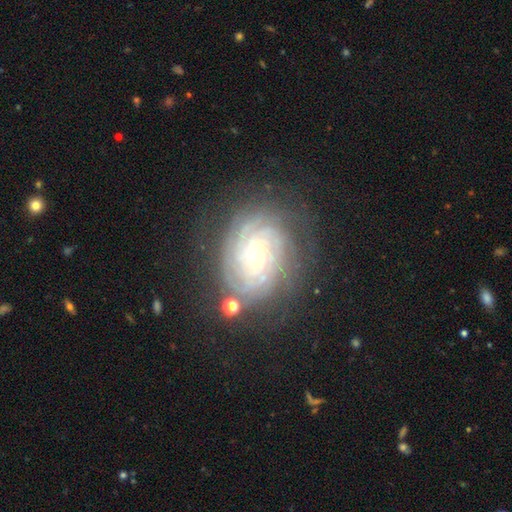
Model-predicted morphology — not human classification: Smooth or featured: featured or disk — 85% (smooth — 8%)
Edge-on disk: no — 97% (yes — 3%)
Bar: no — 73% (weak — 21%)
Spiral arms: yes — 97% (no — 3%)
Spiral winding: tight — 82% (medium — 15%)
Spiral arm count: can't tell — 27% (4 — 25%)
Bulge size: small — 74% (moderate — 21%)
Merging: none — 75% (minor disturbance — 16%)